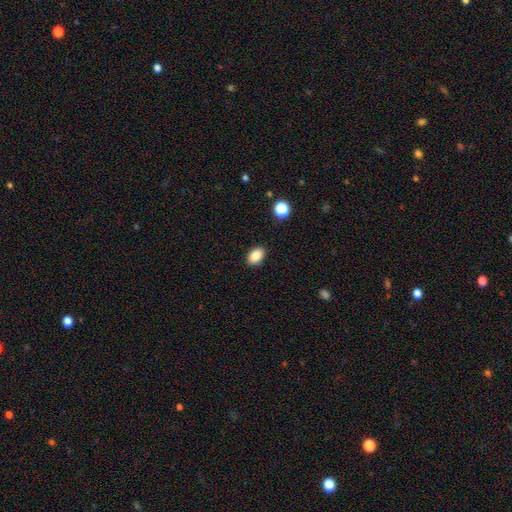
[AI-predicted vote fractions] Overall: smooth (86%). How rounded: in between (85%). Merging: none (89%).